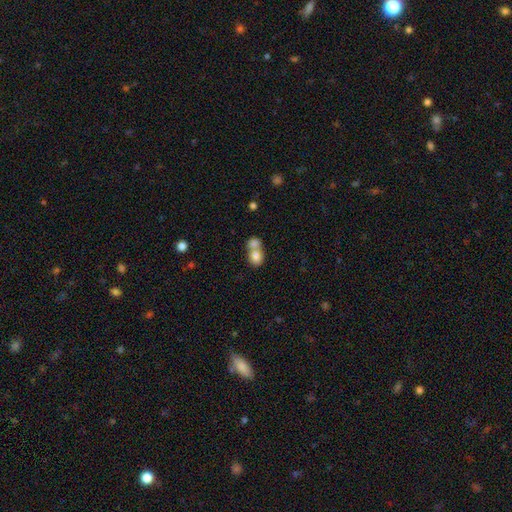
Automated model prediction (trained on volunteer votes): This appears to be a smooth galaxy with no disk features (79%) that is round (59%). Merging: merger (67%).